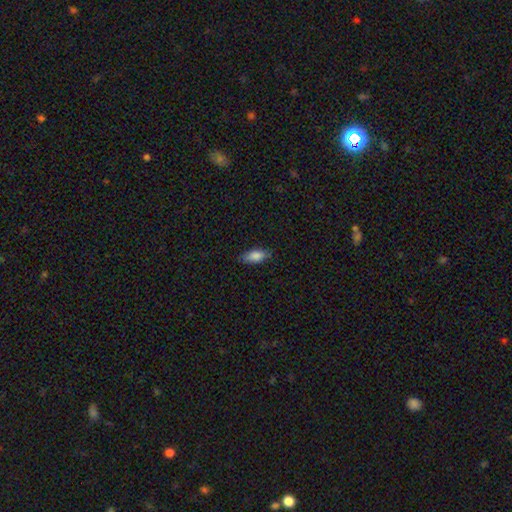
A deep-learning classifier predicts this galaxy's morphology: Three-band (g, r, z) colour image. It shows a smooth galaxy with no disk features (85%) that is in between round and cigar-shaped (83%). Merging: none (79%).